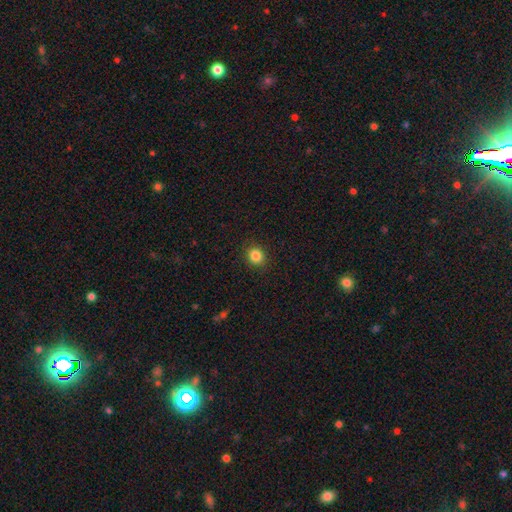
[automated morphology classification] This appears to be a smooth galaxy with no disk features (85%) that is round (84%). Merging: none (91%).